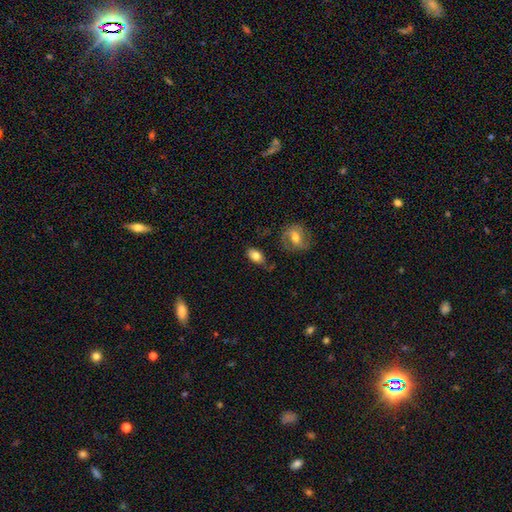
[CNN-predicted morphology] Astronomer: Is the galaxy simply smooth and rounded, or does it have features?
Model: smooth — 78%.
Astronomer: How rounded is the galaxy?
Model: in between — 89%.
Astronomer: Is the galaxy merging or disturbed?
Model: none — 67%.